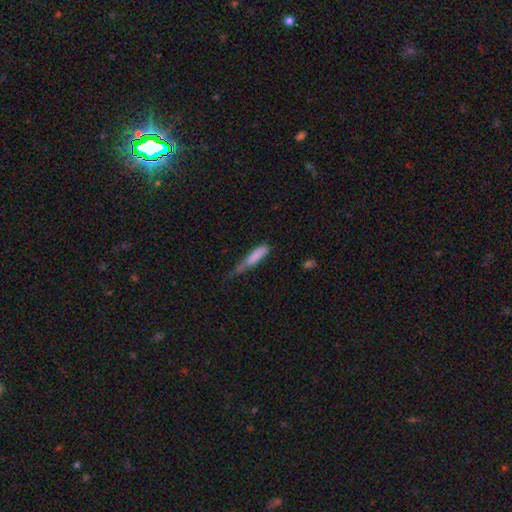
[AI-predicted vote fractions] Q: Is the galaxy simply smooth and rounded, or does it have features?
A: smooth — 79%.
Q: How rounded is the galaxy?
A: cigar-shaped — 78%.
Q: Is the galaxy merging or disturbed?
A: minor disturbance — 41%.